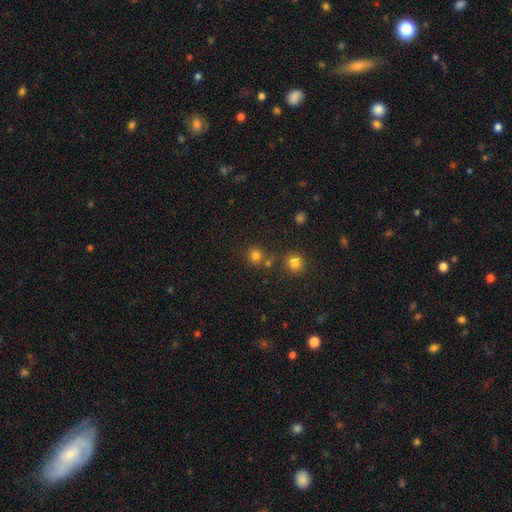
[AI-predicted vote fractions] This appears to be a smooth galaxy with no disk features (77%) that is round (90%). Merging: none (71%).